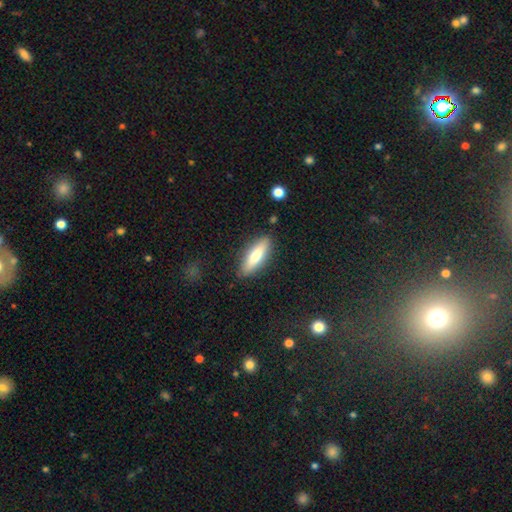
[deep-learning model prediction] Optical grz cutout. It shows a smooth galaxy with no disk features (73%) that is cigar-shaped (53%). Merging: none (86%).